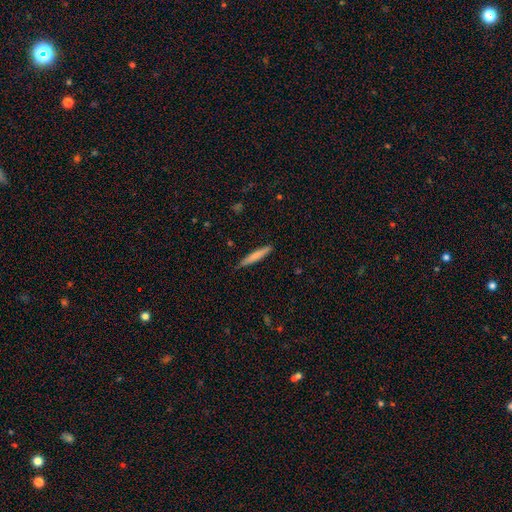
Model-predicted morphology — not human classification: A smooth galaxy with no disk features (73%) that is cigar-shaped (93%). Merging: none (84%).